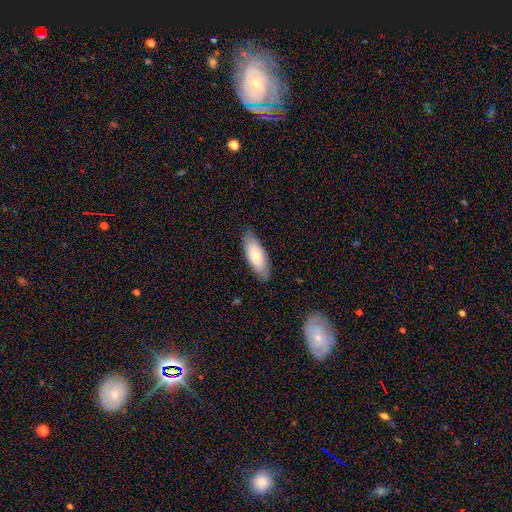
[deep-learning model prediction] This appears to be a smooth galaxy with no disk features (70%) that is in between round and cigar-shaped (75%). Merging: none (83%).